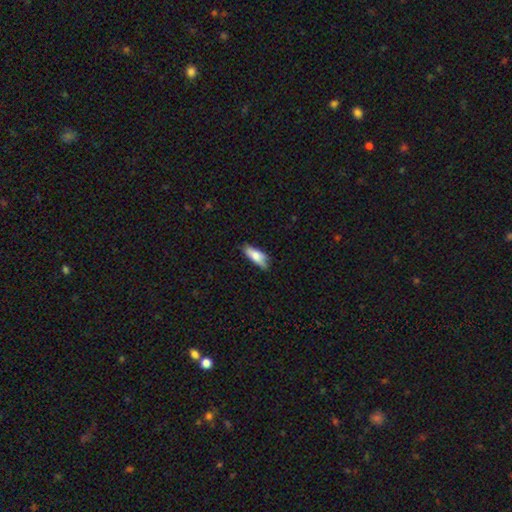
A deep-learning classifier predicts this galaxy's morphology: Q: Smooth or featured?
A: smooth (76%); runner-up: featured or disk (17%)
Q: How rounded?
A: in between (65%); runner-up: cigar-shaped (33%)
Q: Merging?
A: none (66%); runner-up: minor disturbance (27%)